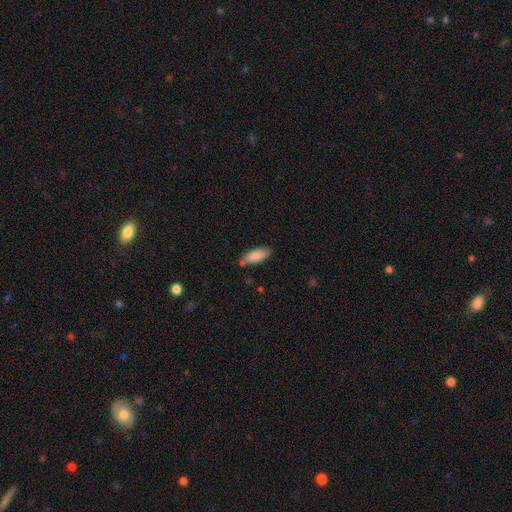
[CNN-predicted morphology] Smooth or featured?
  - smooth: 84% *
  - featured or disk: 9%
  - star or artifact: 6%
How rounded?
  - in between: 79% *
  - cigar-shaped: 19%
  - round: 2%
Merging?
  - none: 72% *
  - minor disturbance: 17%
  - merger: 7%
  - major disturbance: 3%